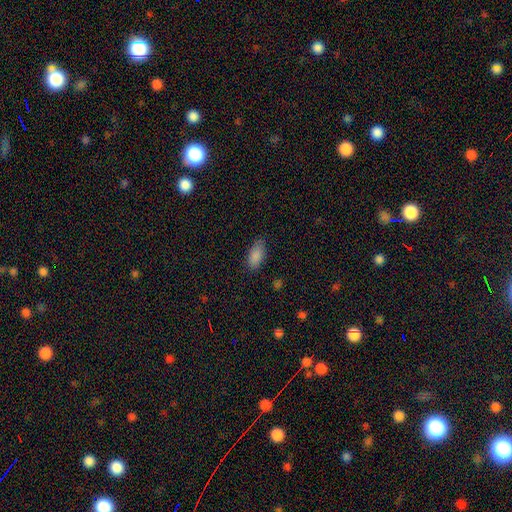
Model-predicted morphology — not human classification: This appears to be a smooth galaxy with no disk features (87%) that is in between round and cigar-shaped (91%). Merging: none (80%).